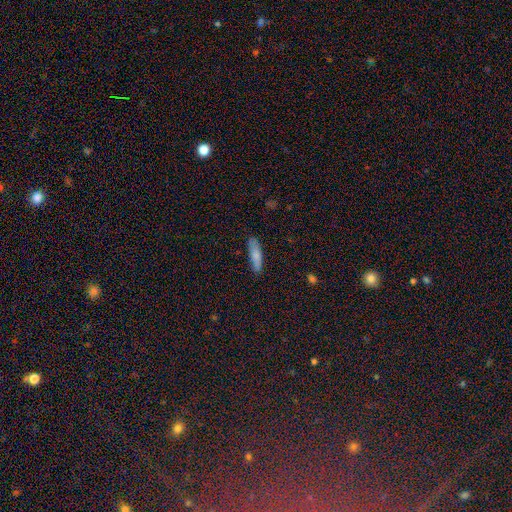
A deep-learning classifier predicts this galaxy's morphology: The model was most divided on "how rounded": cigar-shaped: 63%, in between: 35%, round: 2%. More confident: merging — none (80%); smooth or featured — smooth (78%).